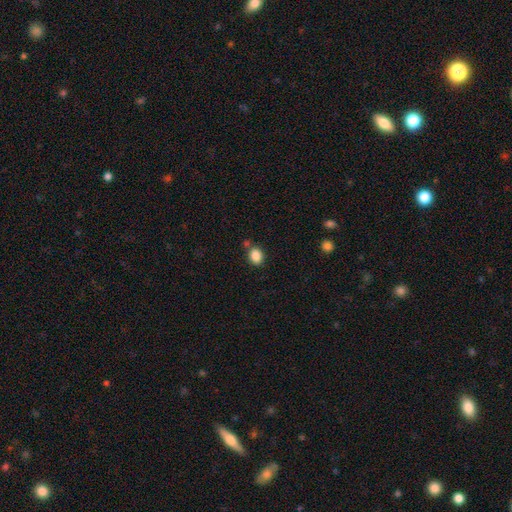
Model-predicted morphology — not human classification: Smooth or featured: smooth — 86% (star or artifact — 9%)
How rounded: in between — 58% (round — 41%)
Merging: none — 72% (minor disturbance — 13%)